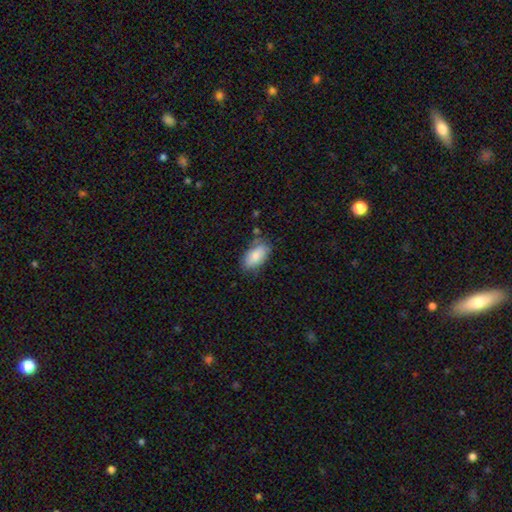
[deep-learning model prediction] Q: Smooth or featured?
A: smooth (82%); runner-up: featured or disk (11%)
Q: How rounded?
A: in between (92%); runner-up: cigar-shaped (4%)
Q: Merging?
A: none (69%); runner-up: minor disturbance (22%)